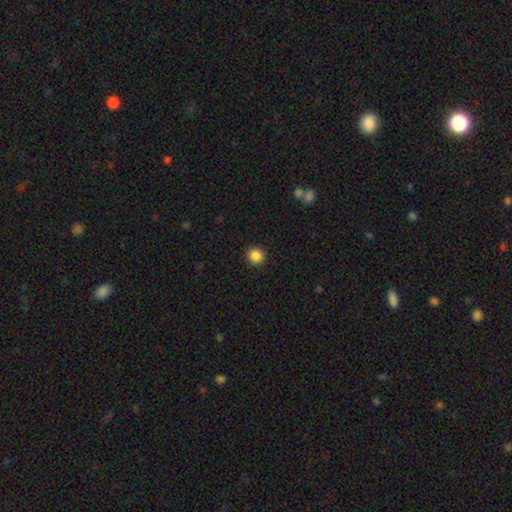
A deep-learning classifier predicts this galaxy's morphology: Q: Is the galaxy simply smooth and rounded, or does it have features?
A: smooth — 87%.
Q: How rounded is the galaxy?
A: round — 94%.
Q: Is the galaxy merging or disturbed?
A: none — 93%.